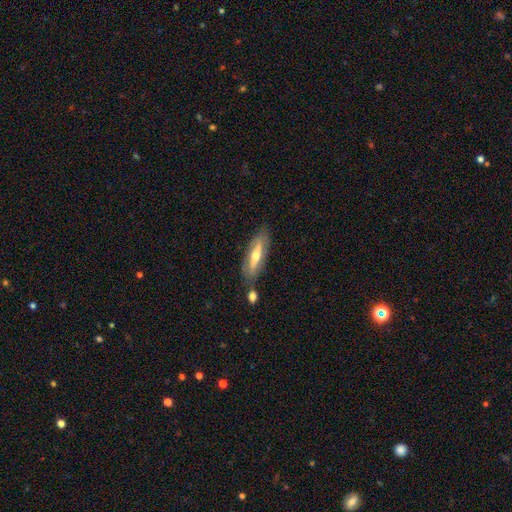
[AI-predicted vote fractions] The model was most divided on "edge-on disk": yes: 57%, no: 43%. More confident: merging — none (74%); smooth or featured — featured or disk (58%).